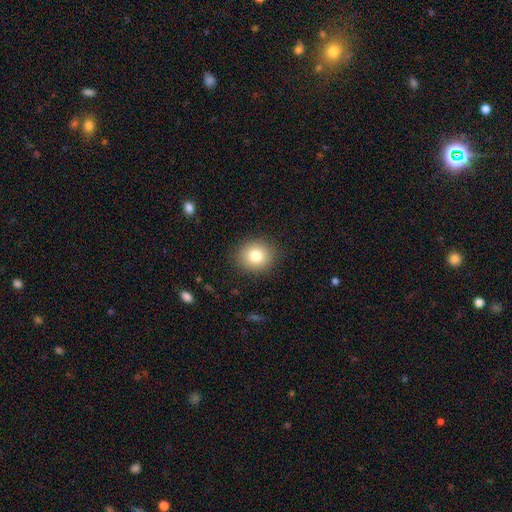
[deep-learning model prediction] A smooth galaxy with no disk features (80%) that is round (78%).

Vote fractions:
- Smooth or featured? smooth: 80% / star or artifact: 10% / featured or disk: 9%
- How rounded? round: 78% / in between: 21% / cigar-shaped: 1%
- Merging? none: 90% / minor disturbance: 7% / major disturbance: 2% / merger: 1%